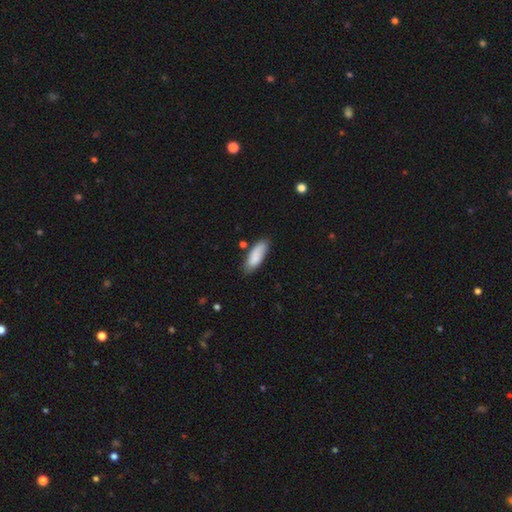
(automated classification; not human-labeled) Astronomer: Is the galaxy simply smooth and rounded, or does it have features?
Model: smooth — 84%.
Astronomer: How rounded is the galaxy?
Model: in between — 72%.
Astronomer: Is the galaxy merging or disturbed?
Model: none — 71%.